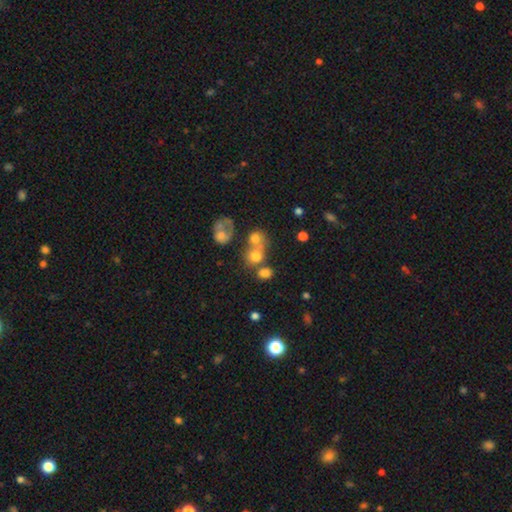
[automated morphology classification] type=smooth (49%); merging=merger (49%).